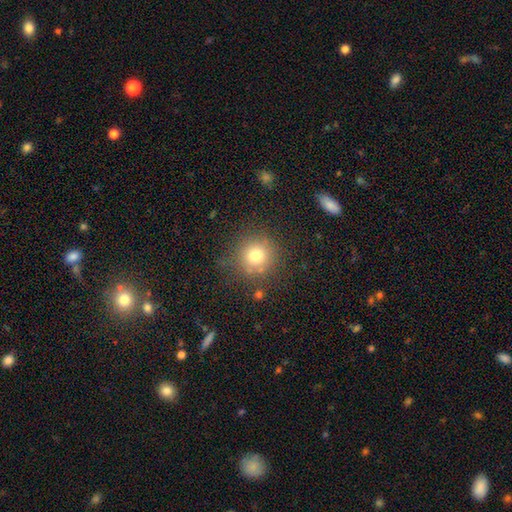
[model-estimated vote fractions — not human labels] Overall: smooth (75%). How rounded: round (93%). Merging: none (79%).